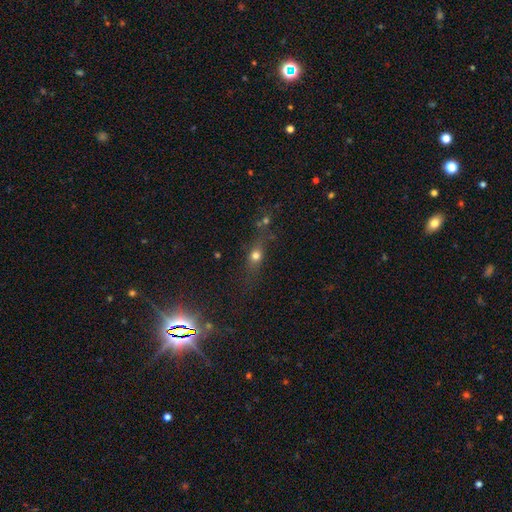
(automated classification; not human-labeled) Q: Smooth or featured?
A: smooth (59%); runner-up: featured or disk (23%)
Q: How rounded?
A: in between (38%); runner-up: round (35%)
Q: Merging?
A: none (62%); runner-up: minor disturbance (18%)